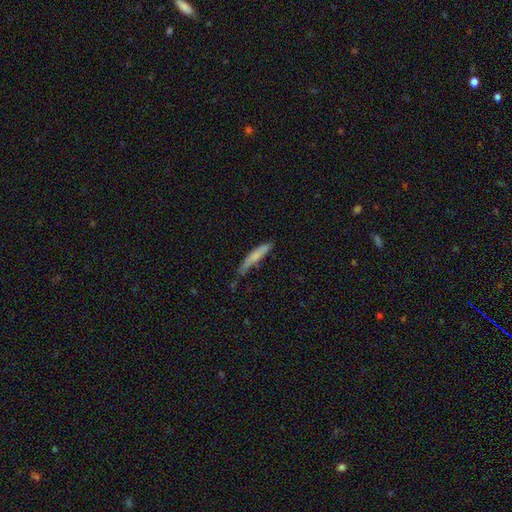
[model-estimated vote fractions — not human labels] smooth-or-featured: smooth: 67% | featured or disk: 27% | star or artifact: 6%
  how-rounded: cigar-shaped: 89% | in between: 10% | round: 2%
  merging: none: 62% | minor disturbance: 27% | major disturbance: 7% | merger: 5%